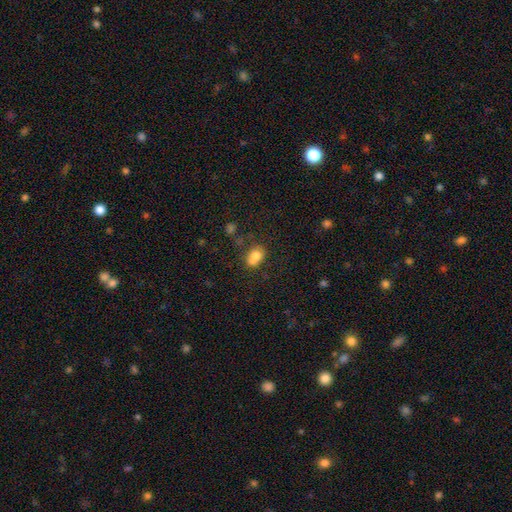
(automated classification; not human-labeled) A smooth galaxy with no disk features (74%) that is in between round and cigar-shaped (58%). Merging: merger (39%).